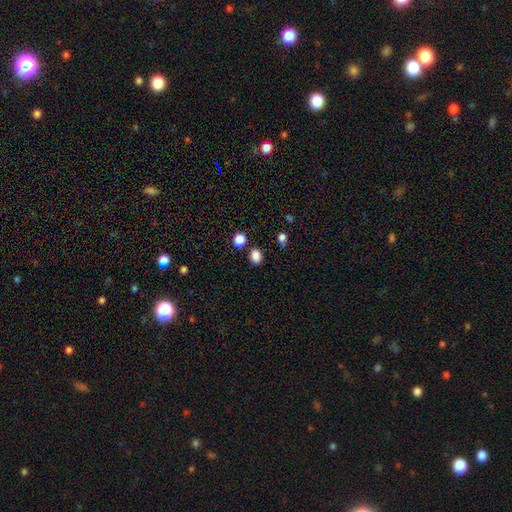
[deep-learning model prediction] Smooth or featured?
  - smooth: 84% *
  - star or artifact: 12%
  - featured or disk: 4%
How rounded?
  - in between: 61% *
  - round: 38%
  - cigar-shaped: 1%
Merging?
  - none: 81% *
  - minor disturbance: 11%
  - merger: 5%
  - major disturbance: 3%